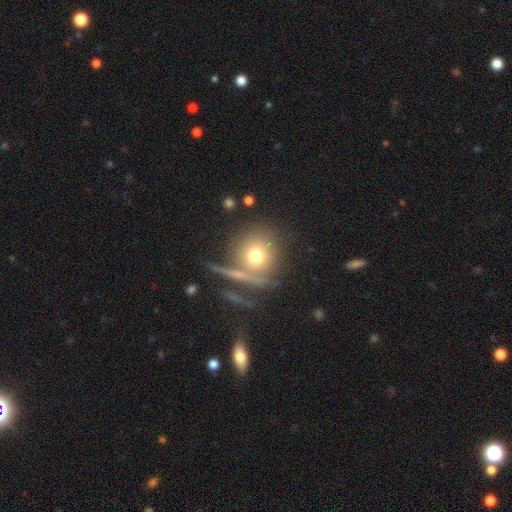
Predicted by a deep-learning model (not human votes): Smooth or featured? Predicted: smooth (p=0.70). How rounded? Predicted: round (p=0.91). Merging? Predicted: none (p=0.64).